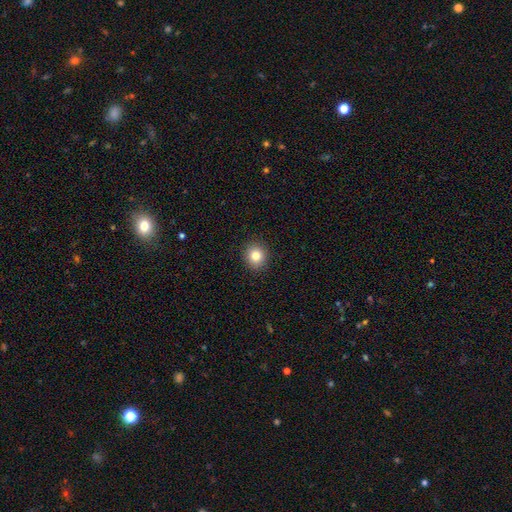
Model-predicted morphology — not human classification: smooth-or-featured: smooth: 82% | star or artifact: 11% | featured or disk: 8%
  how-rounded: round: 83% | in between: 16% | cigar-shaped: 1%
  merging: none: 91% | minor disturbance: 6% | major disturbance: 2% | merger: 1%